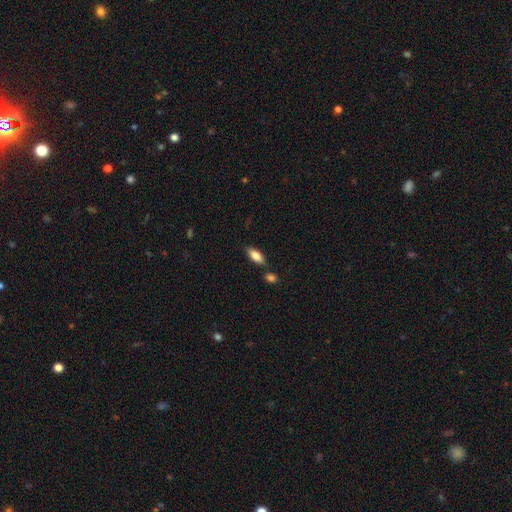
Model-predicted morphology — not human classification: type=smooth (81%); roundness=in between (79%); merging=none (77%).